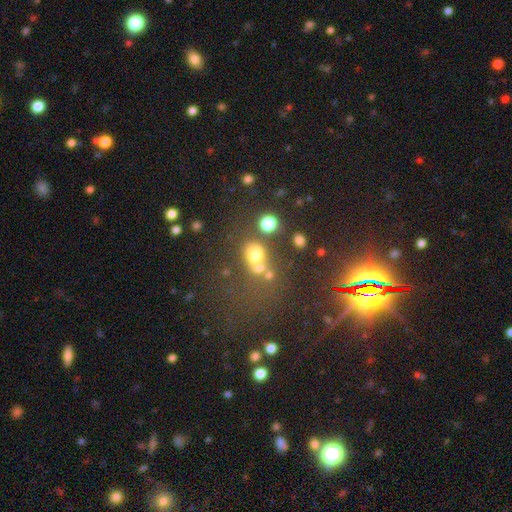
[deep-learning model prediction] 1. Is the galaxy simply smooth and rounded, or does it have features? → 63% smooth, 24% star or artifact, 14% featured or disk.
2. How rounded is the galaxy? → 49% round, 48% in between, 2% cigar-shaped.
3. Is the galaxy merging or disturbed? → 43% none, 32% merger, 13% minor disturbance, 11% major disturbance.